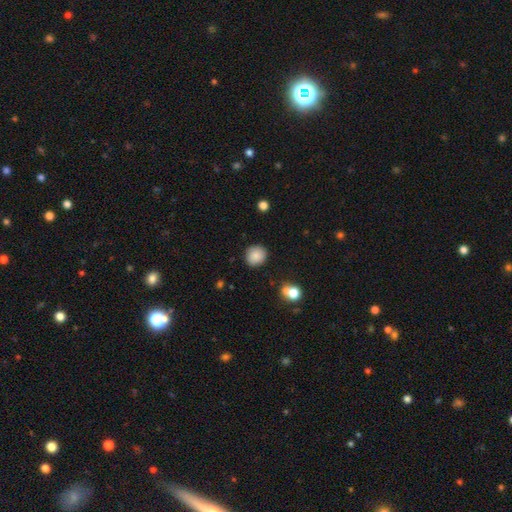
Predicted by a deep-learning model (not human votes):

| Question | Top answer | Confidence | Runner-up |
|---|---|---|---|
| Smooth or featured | smooth | 87% | star or artifact (8%) |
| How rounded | round | 86% | in between (13%) |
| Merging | none | 87% | minor disturbance (9%) |